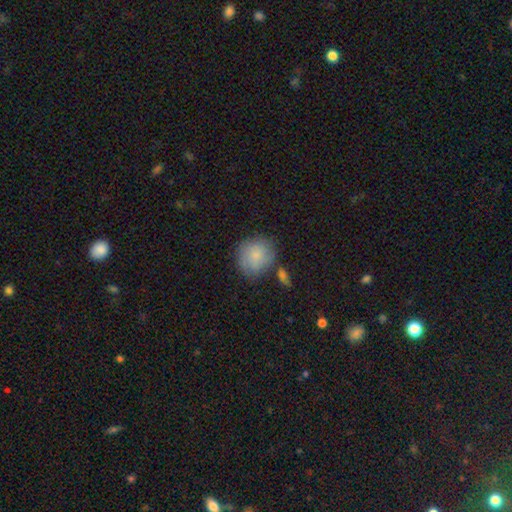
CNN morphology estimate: A smooth galaxy with no disk features (72%) that is round (83%). Merging: none (62%).